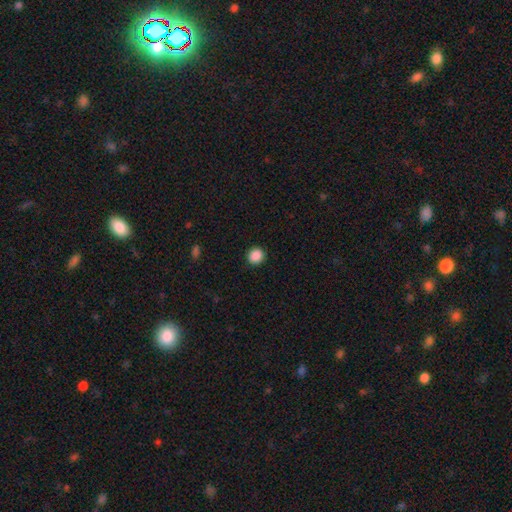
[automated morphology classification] A smooth galaxy with no disk features (88%) that is round (89%).

Vote fractions:
- Smooth or featured? smooth: 88% / star or artifact: 10% / featured or disk: 2%
- How rounded? round: 89% / in between: 10% / cigar-shaped: 1%
- Merging? none: 91% / minor disturbance: 6% / major disturbance: 2% / merger: 1%